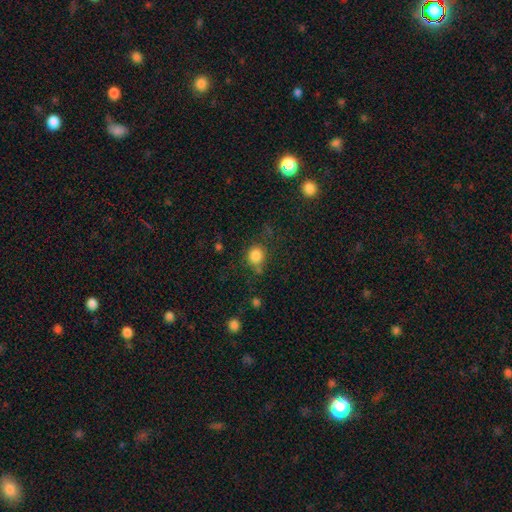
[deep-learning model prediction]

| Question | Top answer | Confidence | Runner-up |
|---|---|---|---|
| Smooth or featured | smooth | 83% | star or artifact (11%) |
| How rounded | round | 80% | in between (19%) |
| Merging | none | 69% | minor disturbance (17%) |